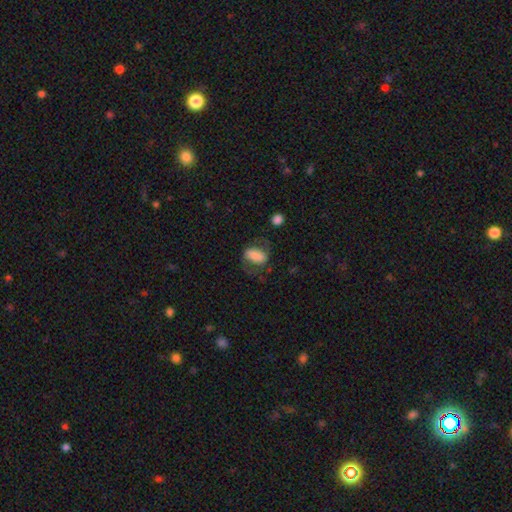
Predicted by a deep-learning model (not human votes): Q: Smooth or featured?
A: smooth (51%); runner-up: featured or disk (41%)
Q: How rounded?
A: in between (82%); runner-up: round (14%)
Q: Merging?
A: none (57%); runner-up: minor disturbance (21%)